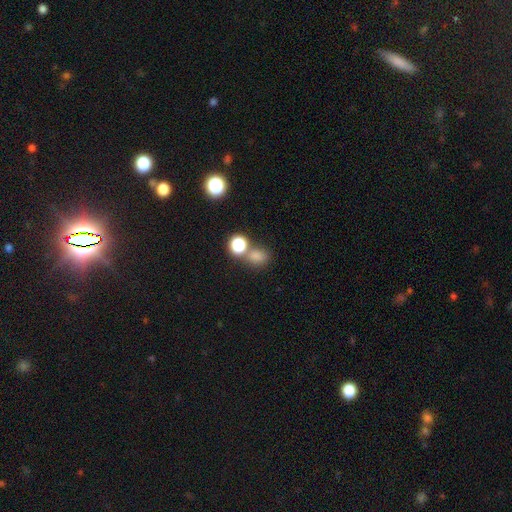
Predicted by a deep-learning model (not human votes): smooth-or-featured: smooth: 74% | star or artifact: 20% | featured or disk: 6%
  how-rounded: round: 60% | in between: 39% | cigar-shaped: 1%
  merging: none: 59% | merger: 25% | minor disturbance: 11% | major disturbance: 5%